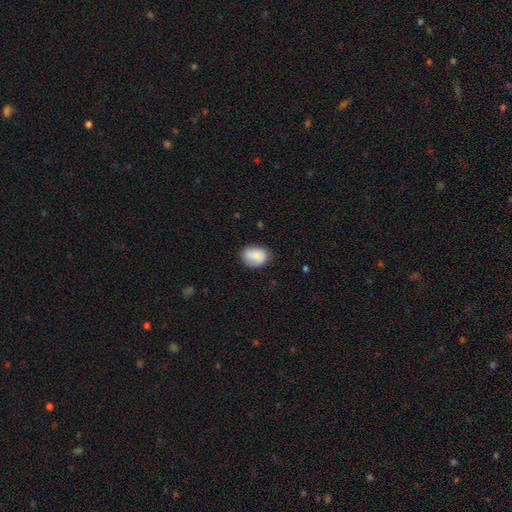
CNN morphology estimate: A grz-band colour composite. It shows a smooth galaxy with no disk features (86%) that is in between round and cigar-shaped (69%). Merging: none (77%).